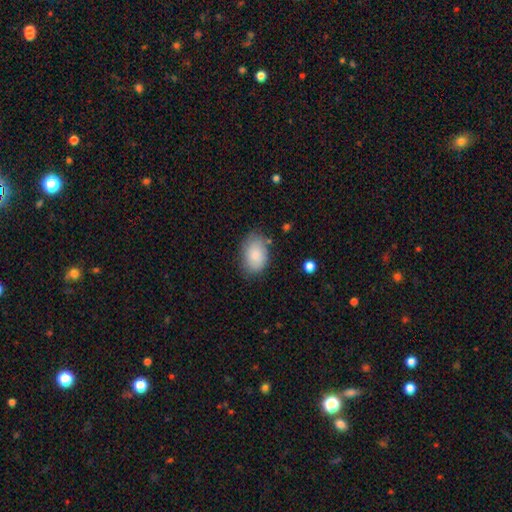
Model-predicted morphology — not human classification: A smooth galaxy with no disk features (85%) that is in between round and cigar-shaped (85%).

Vote fractions:
- Smooth or featured? smooth: 85% / featured or disk: 9% / star or artifact: 6%
- How rounded? in between: 85% / round: 14% / cigar-shaped: 1%
- Merging? none: 74% / minor disturbance: 19% / major disturbance: 5% / merger: 2%